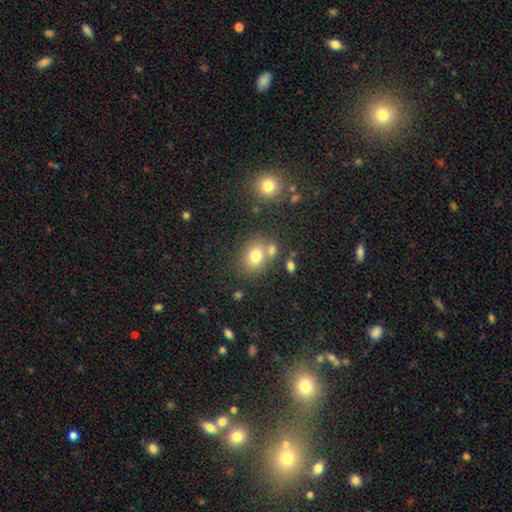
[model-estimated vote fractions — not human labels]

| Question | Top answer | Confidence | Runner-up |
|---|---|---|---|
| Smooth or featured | smooth | 76% | star or artifact (13%) |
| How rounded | round | 54% | in between (45%) |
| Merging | none | 59% | merger (24%) |